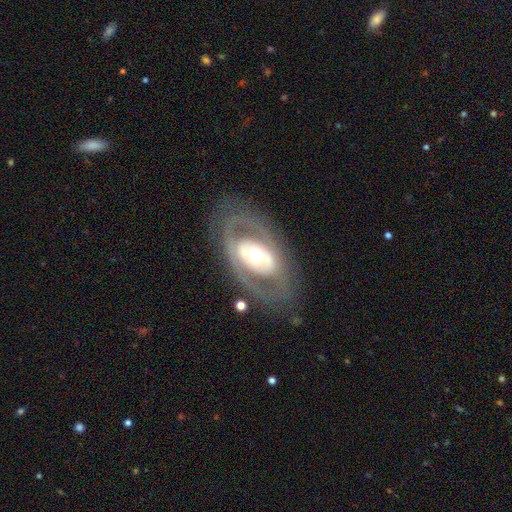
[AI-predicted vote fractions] Q: Smooth or featured?
A: featured or disk (74%); runner-up: smooth (20%)
Q: Edge-on disk?
A: no (92%); runner-up: yes (8%)
Q: Bar?
A: no (60%); runner-up: weak (22%)
Q: Spiral arms?
A: no (59%); runner-up: yes (41%)
Q: Bulge size?
A: moderate (60%); runner-up: large (27%)
Q: Merging?
A: none (74%); runner-up: minor disturbance (13%)